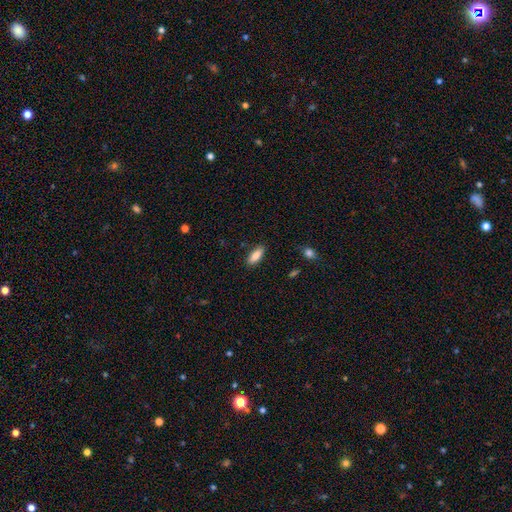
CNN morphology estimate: Q: Smooth or featured?
A: smooth (86%); runner-up: featured or disk (7%)
Q: How rounded?
A: in between (73%); runner-up: cigar-shaped (25%)
Q: Merging?
A: none (86%); runner-up: minor disturbance (10%)